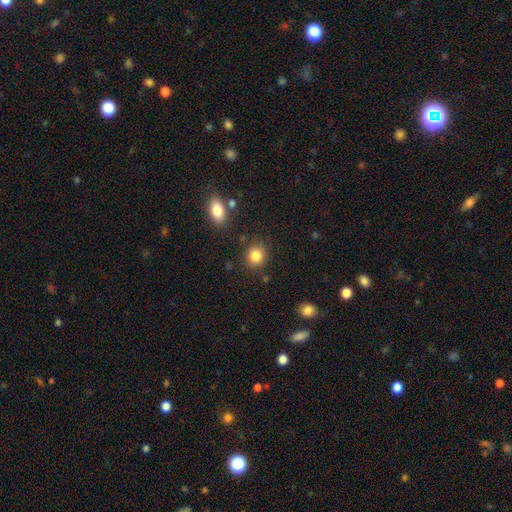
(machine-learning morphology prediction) Smooth or featured? Predicted: smooth (p=0.85). How rounded? Predicted: round (p=0.77). Merging? Predicted: none (p=0.83).